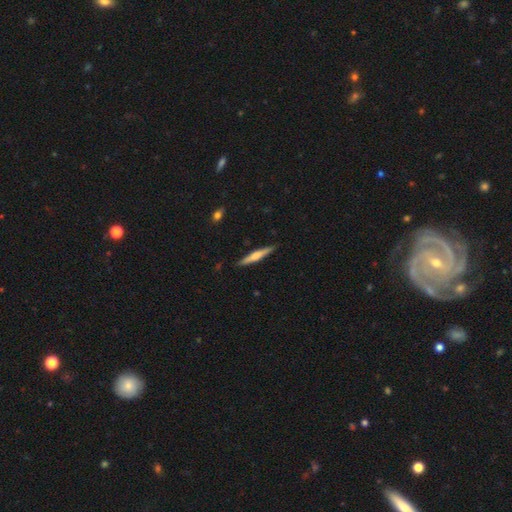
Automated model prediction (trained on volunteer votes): This appears to be a featured or disk galaxy (48%). Merging: none (90%).